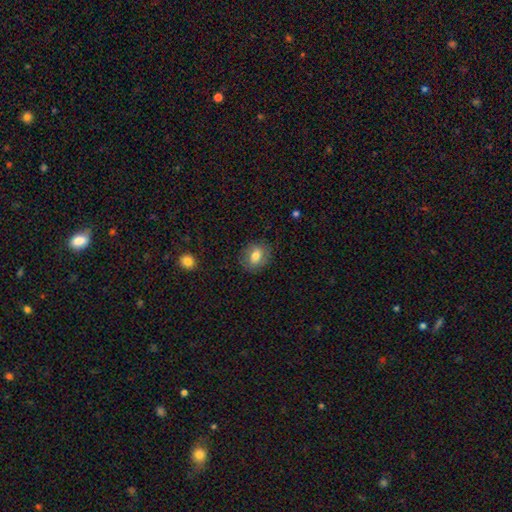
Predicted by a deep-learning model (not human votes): A smooth galaxy with no disk features (74%) that is in between round and cigar-shaped (50%). Merging: none (82%).